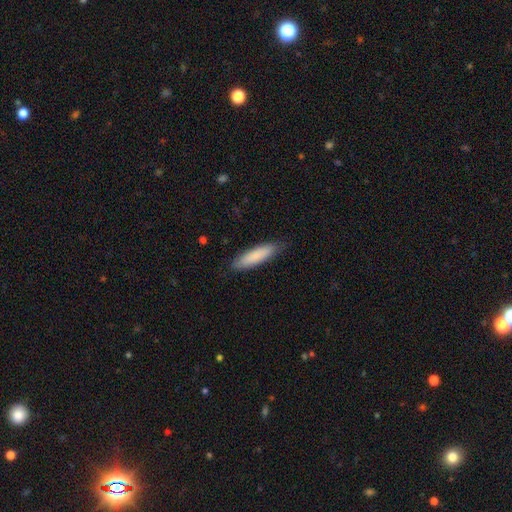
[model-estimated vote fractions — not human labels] Morphology: type=smooth (85%); roundness=cigar-shaped (72%); merging=none (86%).